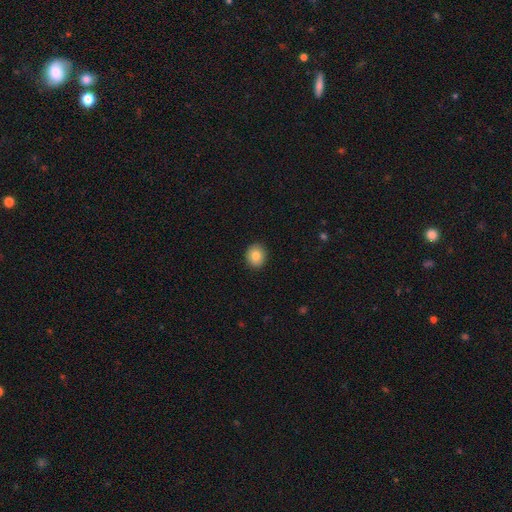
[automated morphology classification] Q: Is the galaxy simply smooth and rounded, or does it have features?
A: smooth — 83%.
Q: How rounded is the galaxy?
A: round — 77%.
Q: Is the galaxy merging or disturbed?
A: none — 92%.